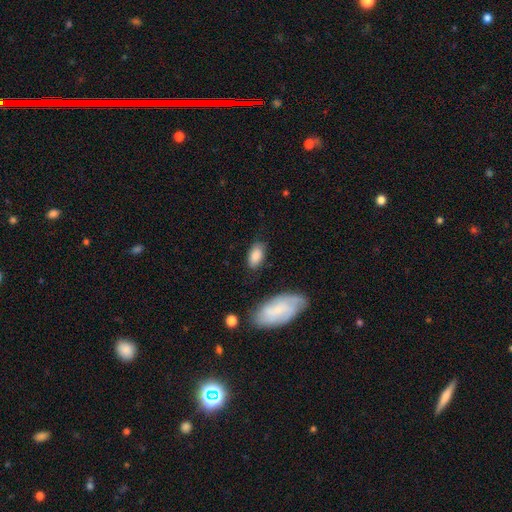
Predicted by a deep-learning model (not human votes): Smooth or featured?
  - smooth: 85% *
  - featured or disk: 9%
  - star or artifact: 6%
How rounded?
  - in between: 92% *
  - cigar-shaped: 4%
  - round: 4%
Merging?
  - none: 76% *
  - minor disturbance: 17%
  - major disturbance: 4%
  - merger: 3%